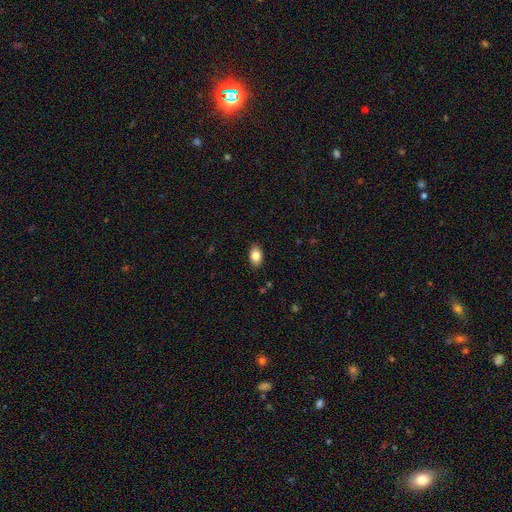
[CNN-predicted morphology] Overall: smooth (84%). How rounded: in between (86%). Merging: none (88%).